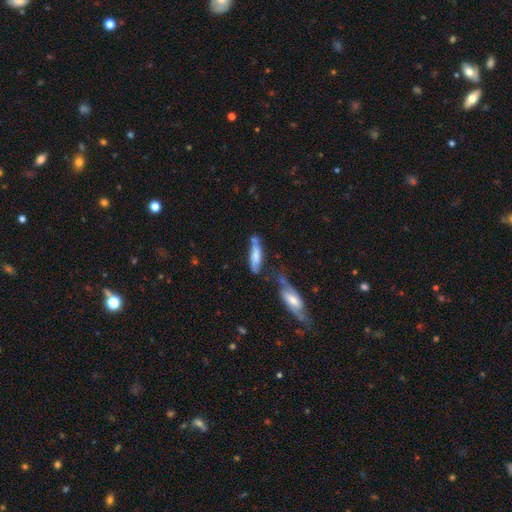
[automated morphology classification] type=smooth (65%); roundness=cigar-shaped (56%); merging=none (40%).